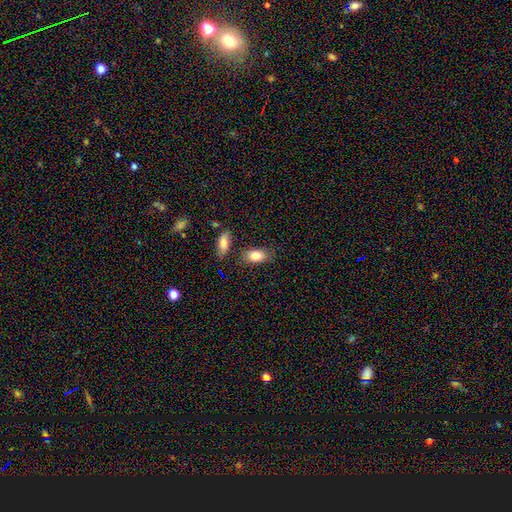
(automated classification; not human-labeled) Smooth or featured? Predicted: smooth (p=0.83). How rounded? Predicted: in between (p=0.89). Merging? Predicted: none (p=0.75).